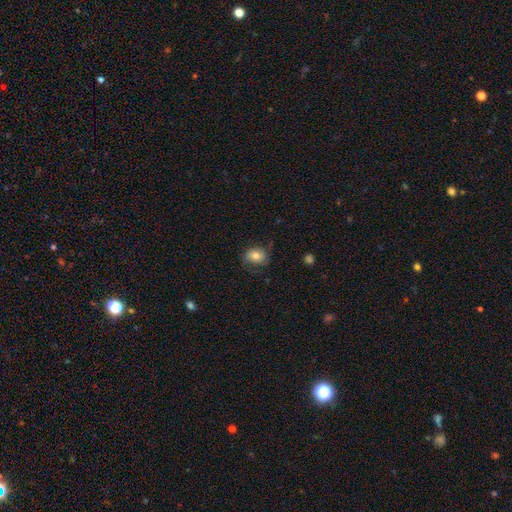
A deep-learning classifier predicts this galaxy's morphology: smooth 66%, featured or disk 25%, star or artifact 9%. Down the decision tree: how rounded — in between (57%); merging — none (64%).